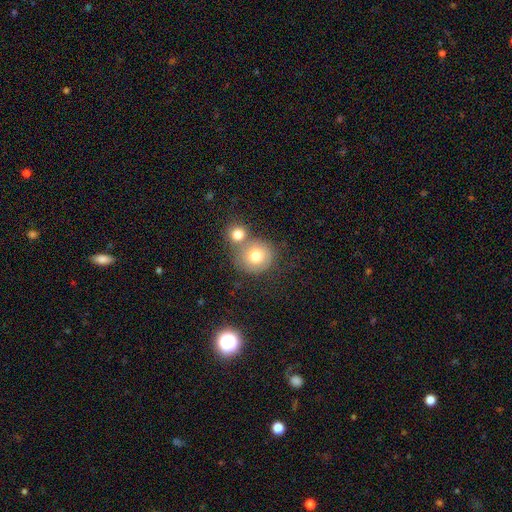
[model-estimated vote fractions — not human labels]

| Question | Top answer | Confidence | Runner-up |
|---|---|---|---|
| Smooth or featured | smooth | 73% | featured or disk (17%) |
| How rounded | round | 86% | in between (13%) |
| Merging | none | 47% | merger (38%) |